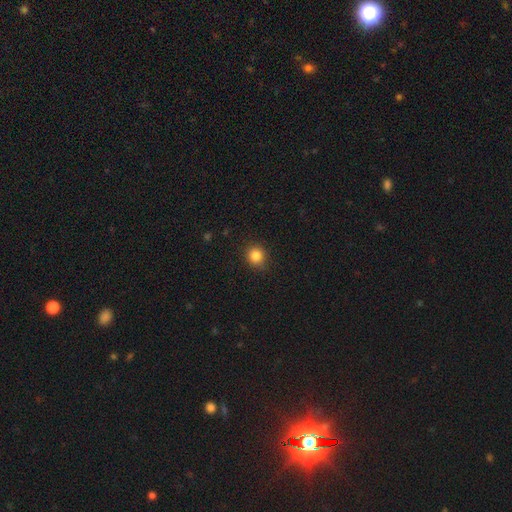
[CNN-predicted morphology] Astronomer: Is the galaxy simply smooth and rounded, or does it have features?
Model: smooth — 84%.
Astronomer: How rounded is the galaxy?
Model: round — 87%.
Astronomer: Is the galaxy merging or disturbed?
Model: none — 88%.